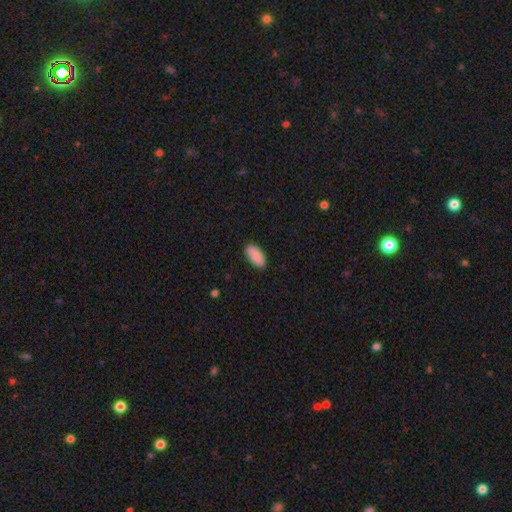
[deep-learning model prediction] Q: Smooth or featured?
A: smooth (87%); runner-up: star or artifact (7%)
Q: How rounded?
A: in between (92%); runner-up: cigar-shaped (6%)
Q: Merging?
A: none (81%); runner-up: minor disturbance (15%)